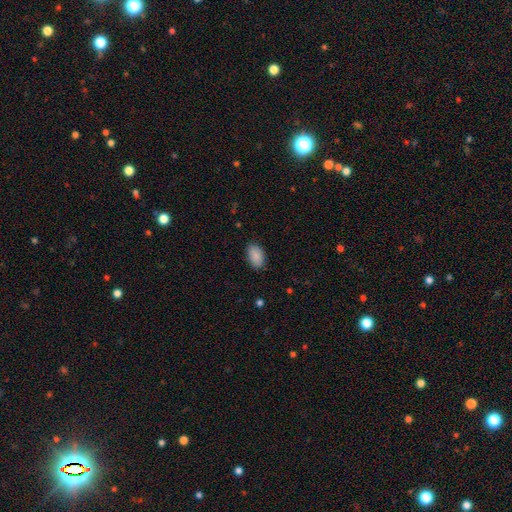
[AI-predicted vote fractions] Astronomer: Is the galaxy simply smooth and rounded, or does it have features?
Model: smooth — 89%.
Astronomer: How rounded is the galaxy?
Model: in between — 91%.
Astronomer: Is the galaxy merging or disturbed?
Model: none — 82%.